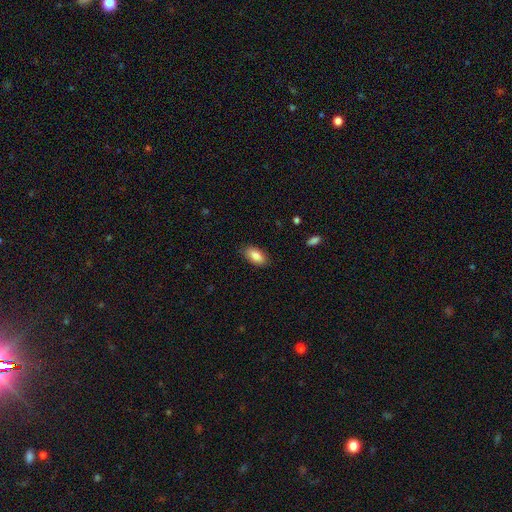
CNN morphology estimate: smooth_or_featured: smooth (p=0.86) [alt: featured or disk p=0.07]
how_rounded: in between (p=0.92) [alt: cigar-shaped p=0.04]
merging: none (p=0.85) [alt: minor disturbance p=0.11]